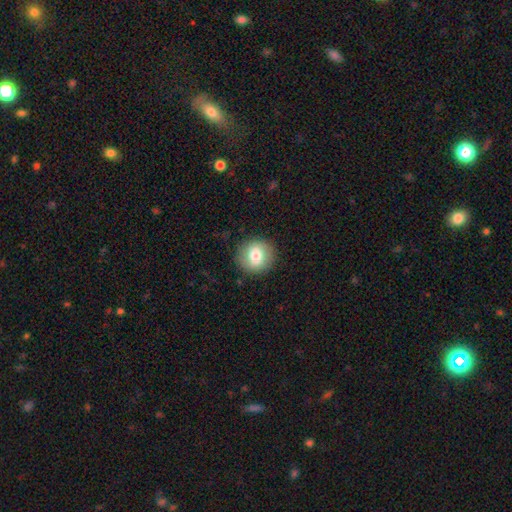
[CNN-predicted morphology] Smooth or featured? smooth (75%)
How rounded? round (87%)
Merging? none (88%)